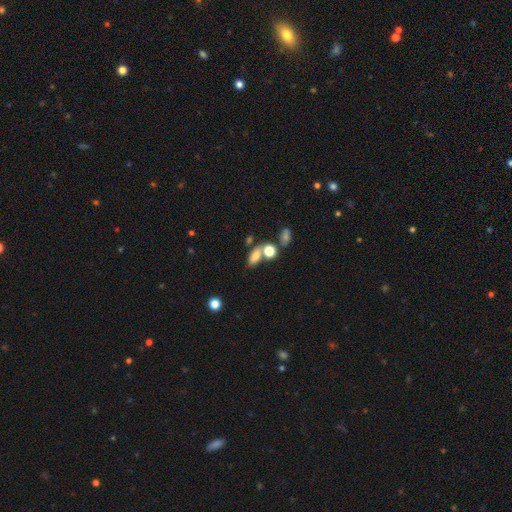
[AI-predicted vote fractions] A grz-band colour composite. It shows a smooth galaxy with no disk features (74%) that is in between round and cigar-shaped (80%). Merging: none (49%).